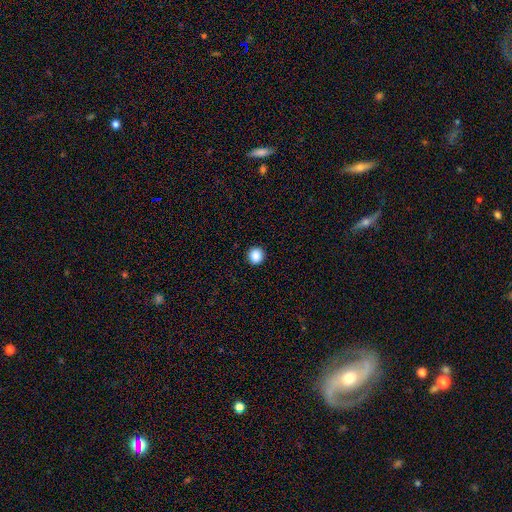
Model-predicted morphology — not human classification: Smooth or featured?
  - smooth: 88% *
  - star or artifact: 9%
  - featured or disk: 3%
How rounded?
  - round: 90% *
  - in between: 9%
  - cigar-shaped: 1%
Merging?
  - none: 92% *
  - minor disturbance: 5%
  - major disturbance: 2%
  - merger: 1%